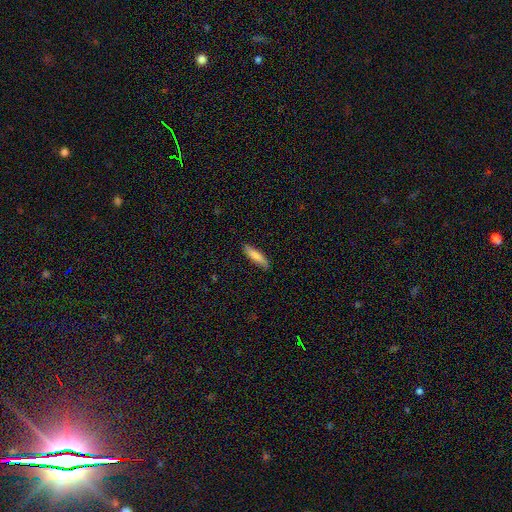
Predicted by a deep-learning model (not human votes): Smooth or featured? smooth (81%)
How rounded? cigar-shaped (73%)
Merging? none (87%)